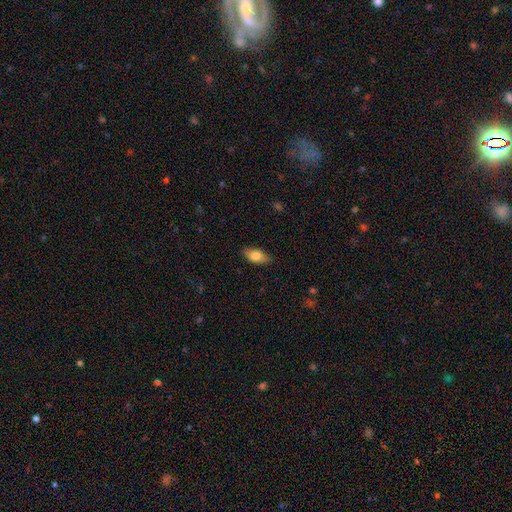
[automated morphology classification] Overall: smooth (79%). How rounded: in between (88%). Merging: none (85%).